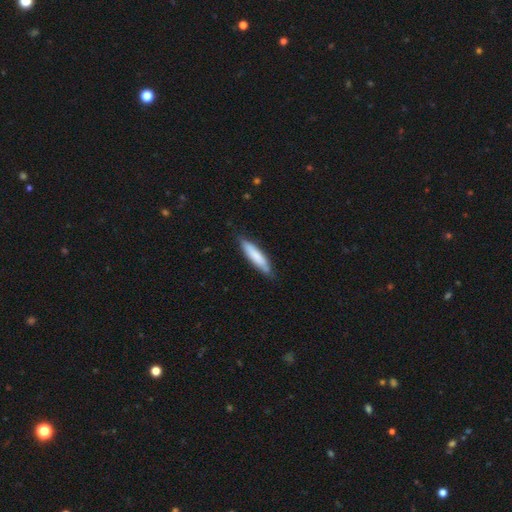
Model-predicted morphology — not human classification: smooth 76%, featured or disk 18%, star or artifact 5%. Down the decision tree: how rounded — cigar-shaped (82%); merging — none (81%).